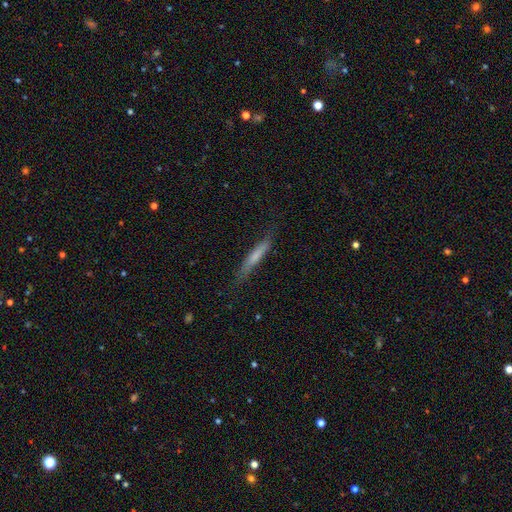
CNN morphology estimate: Smooth or featured? smooth (59%)
How rounded? cigar-shaped (93%)
Merging? none (77%)